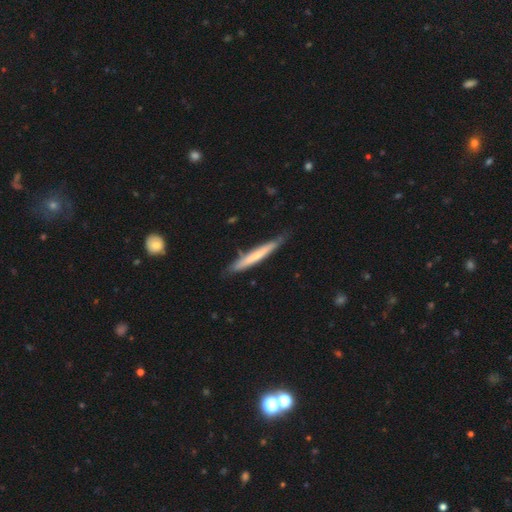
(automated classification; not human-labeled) smooth-or-featured: smooth: 56% | featured or disk: 39% | star or artifact: 5%
  how-rounded: cigar-shaped: 95% | in between: 3% | round: 1%
  merging: none: 78% | minor disturbance: 18% | major disturbance: 2% | merger: 2%